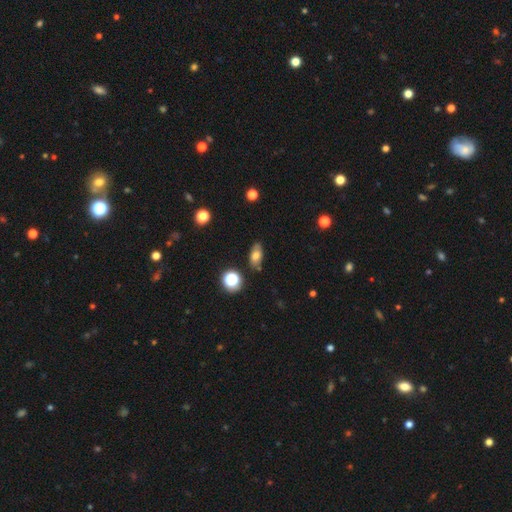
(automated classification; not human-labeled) A smooth galaxy with no disk features (71%) that is in between round and cigar-shaped (84%). Merging: none (78%).